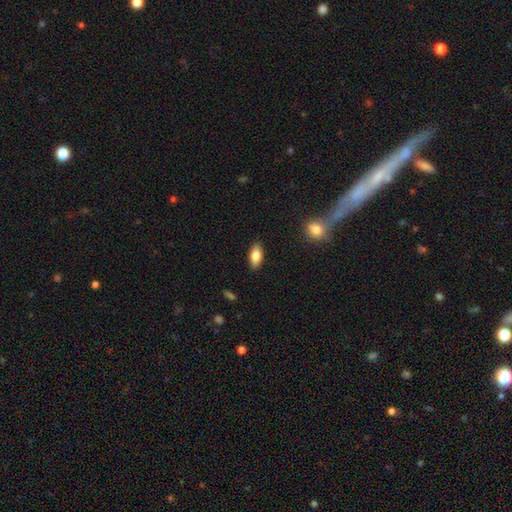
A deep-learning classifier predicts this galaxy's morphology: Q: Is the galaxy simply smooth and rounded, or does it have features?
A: smooth — 81%.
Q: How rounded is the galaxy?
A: in between — 86%.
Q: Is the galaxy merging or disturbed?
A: none — 87%.